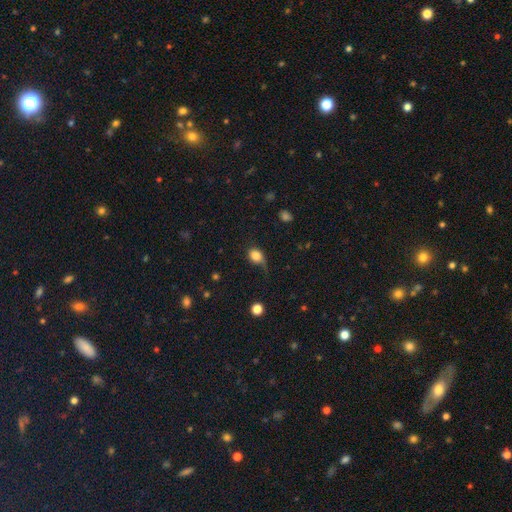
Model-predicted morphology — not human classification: smooth_or_featured: smooth (p=0.81) [alt: star or artifact p=0.10]
how_rounded: in between (p=0.52) [alt: round p=0.46]
merging: none (p=0.42) [alt: minor disturbance p=0.34]